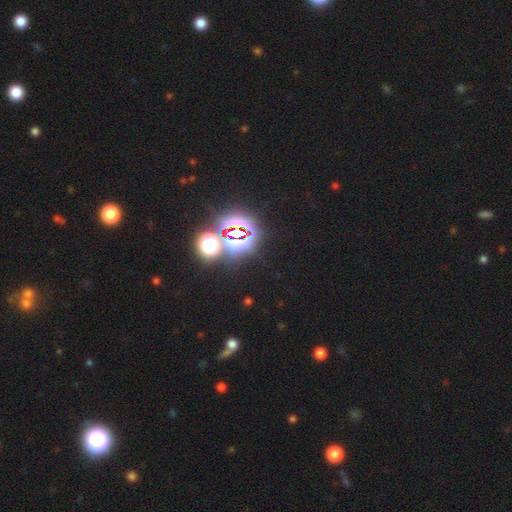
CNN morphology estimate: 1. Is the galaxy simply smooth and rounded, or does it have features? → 78% star or artifact, 15% smooth, 6% featured or disk.